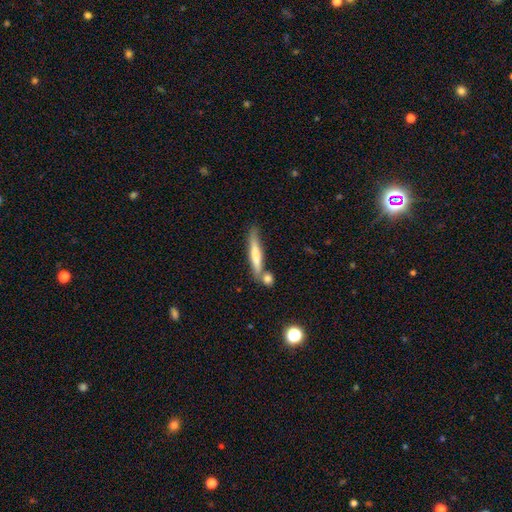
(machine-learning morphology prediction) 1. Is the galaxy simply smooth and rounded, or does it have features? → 65% smooth, 29% featured or disk, 6% star or artifact.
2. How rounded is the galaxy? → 91% cigar-shaped, 7% in between, 2% round.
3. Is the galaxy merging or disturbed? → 59% none, 19% merger, 16% minor disturbance, 5% major disturbance.